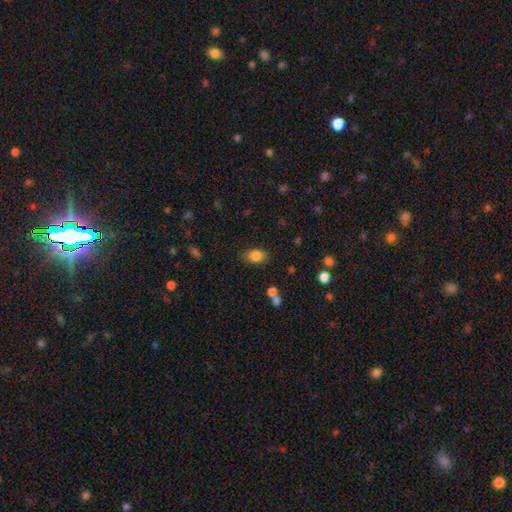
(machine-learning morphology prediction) type=smooth (84%); roundness=in between (84%); merging=none (82%).